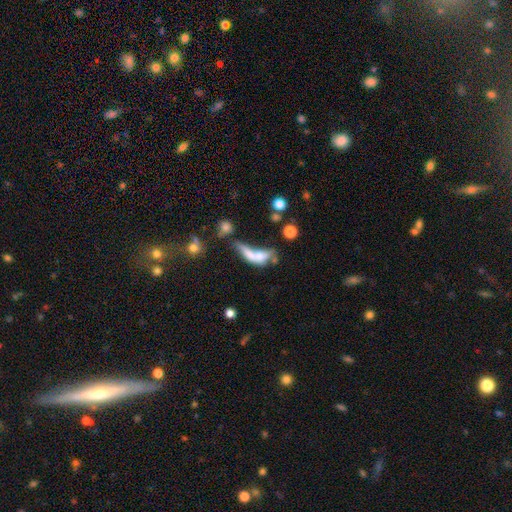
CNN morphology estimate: The model was most divided on "smooth or featured": smooth: 53%, featured or disk: 34%, star or artifact: 12%. More confident: how rounded — in between (59%); merging — merger (53%).